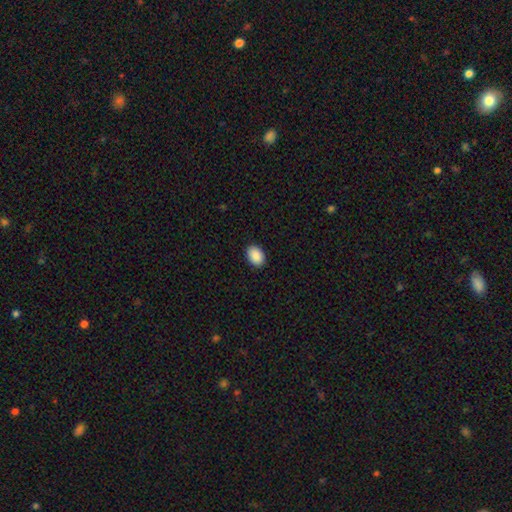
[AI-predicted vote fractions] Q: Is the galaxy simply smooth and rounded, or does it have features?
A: smooth — 90%.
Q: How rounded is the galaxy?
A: in between — 77%.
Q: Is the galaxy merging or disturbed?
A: none — 90%.